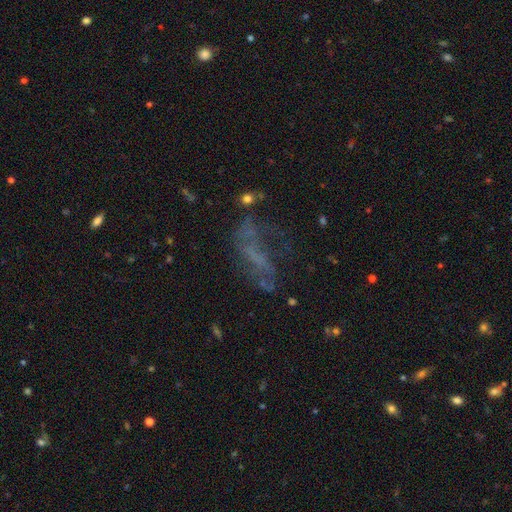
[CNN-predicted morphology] The model was most divided on "merging": none: 39%, major disturbance: 35%, minor disturbance: 19%, merger: 7%. Remaining: smooth or featured — featured or disk (48%).